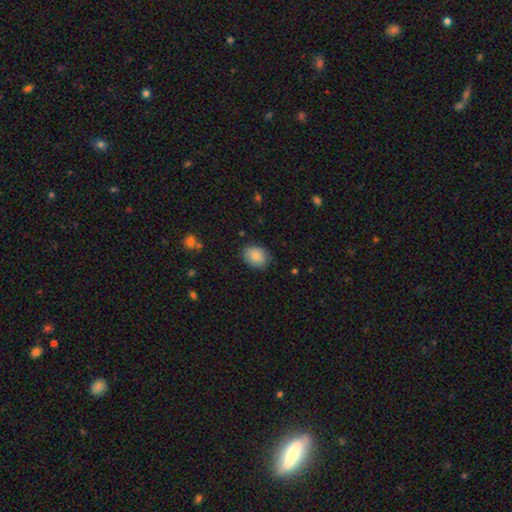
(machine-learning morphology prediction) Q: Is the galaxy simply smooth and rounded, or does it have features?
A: smooth — 84%.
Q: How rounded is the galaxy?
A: in between — 59%.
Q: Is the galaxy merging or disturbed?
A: none — 83%.